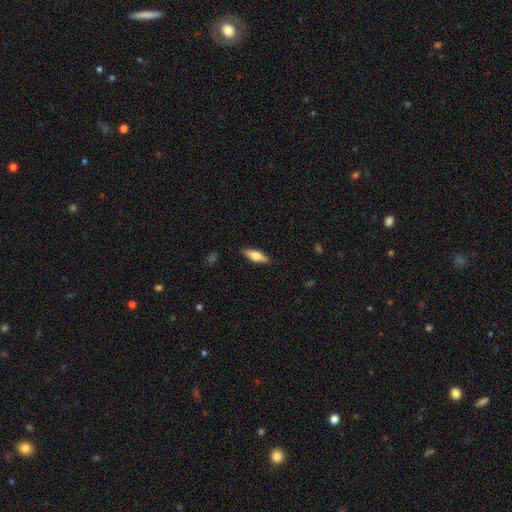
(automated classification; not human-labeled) A smooth galaxy with no disk features (60%) that is in between round and cigar-shaped (53%).

Vote fractions:
- Smooth or featured? smooth: 60% / featured or disk: 34% / star or artifact: 6%
- How rounded? in between: 53% / cigar-shaped: 45% / round: 2%
- Merging? none: 89% / minor disturbance: 8% / major disturbance: 2% / merger: 1%